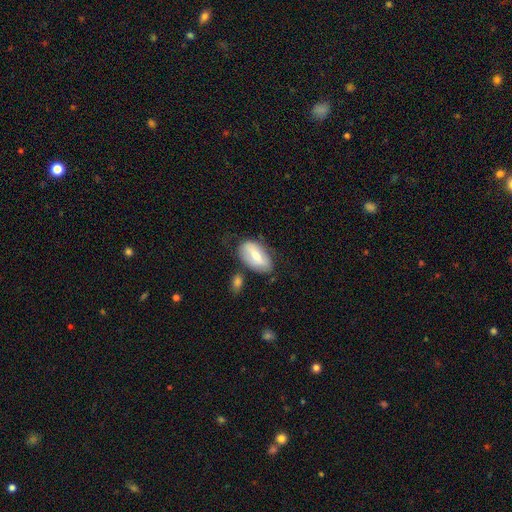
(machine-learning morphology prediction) A smooth galaxy with no disk features (59%) that is in between round and cigar-shaped (91%).

Vote fractions:
- Smooth or featured? smooth: 59% / featured or disk: 35% / star or artifact: 6%
- How rounded? in between: 91% / cigar-shaped: 4% / round: 4%
- Merging? none: 63% / minor disturbance: 22% / major disturbance: 7% / merger: 7%